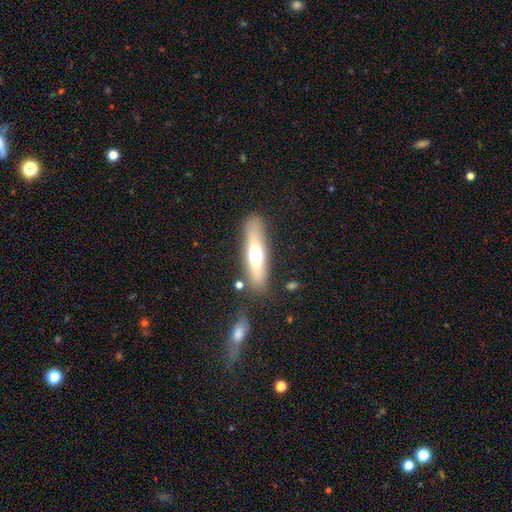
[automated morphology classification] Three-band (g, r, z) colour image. It shows a smooth galaxy with no disk features (52%) that is cigar-shaped (63%). Merging: none (81%).